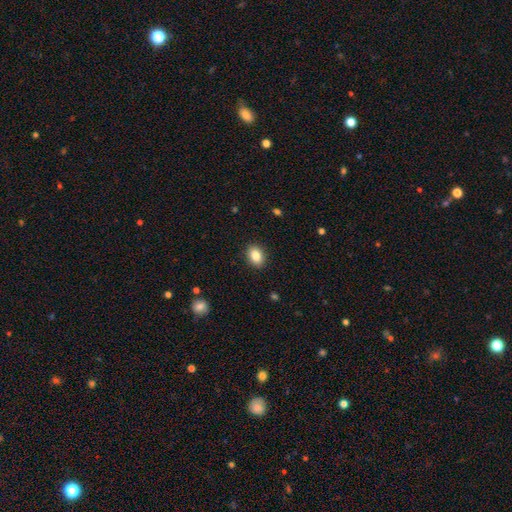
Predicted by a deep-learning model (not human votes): Overall: smooth (85%). How rounded: in between (64%; round 34%). Merging: none (90%).